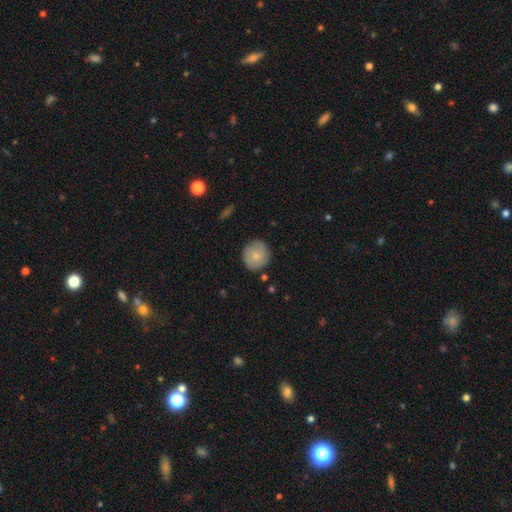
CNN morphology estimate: Smooth or featured? smooth (75%)
How rounded? round (90%)
Merging? none (84%)